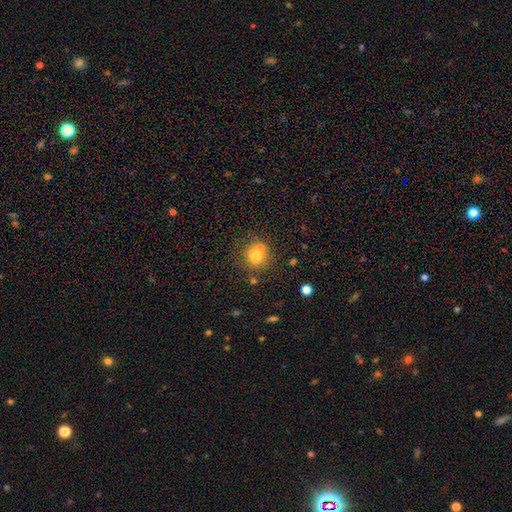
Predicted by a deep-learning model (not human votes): This appears to be a smooth galaxy with no disk features (71%) that is round (84%). Merging: none (53%).